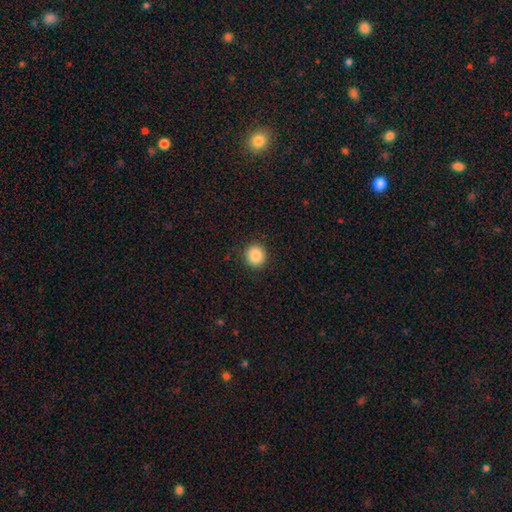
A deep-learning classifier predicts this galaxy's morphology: Smooth or featured: smooth — 87% (star or artifact — 9%)
How rounded: round — 90% (in between — 9%)
Merging: none — 91% (minor disturbance — 6%)